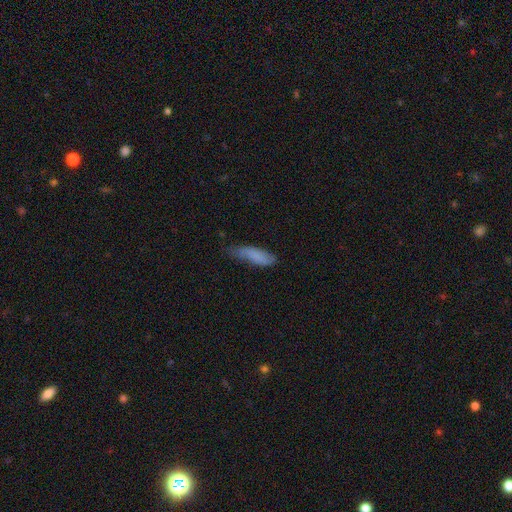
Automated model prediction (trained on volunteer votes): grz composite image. It shows a smooth galaxy with no disk features (78%) that is cigar-shaped (51%). Merging: none (46%).